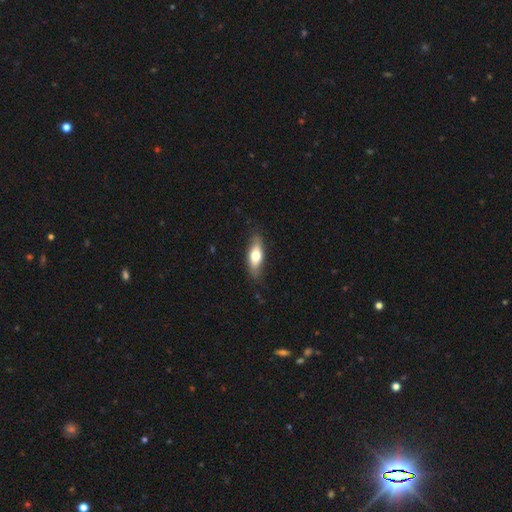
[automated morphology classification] smooth_or_featured: smooth (p=0.64) [alt: featured or disk p=0.30]
how_rounded: in between (p=0.64) [alt: cigar-shaped p=0.33]
merging: none (p=0.81) [alt: minor disturbance p=0.15]